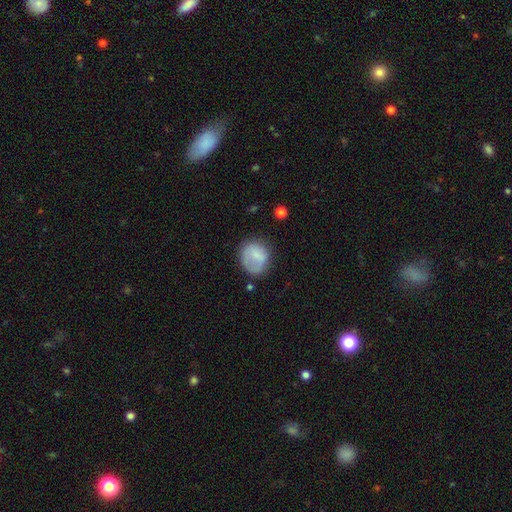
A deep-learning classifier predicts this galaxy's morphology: smooth_or_featured: smooth (p=0.73) [alt: featured or disk p=0.19]
how_rounded: round (p=0.71) [alt: in between p=0.29]
merging: none (p=0.56) [alt: minor disturbance p=0.26]